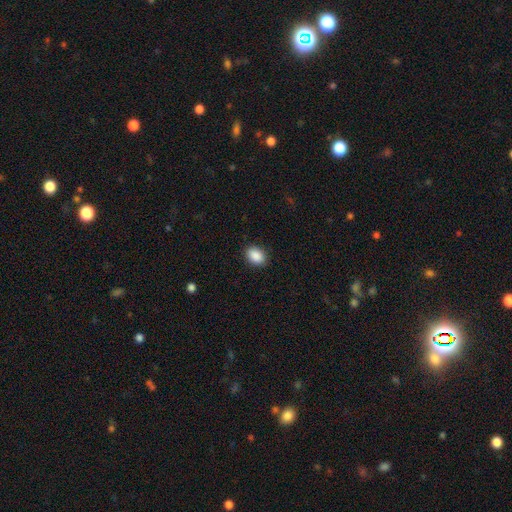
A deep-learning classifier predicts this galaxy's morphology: Smooth or featured? smooth (90%)
How rounded? in between (81%)
Merging? none (89%)